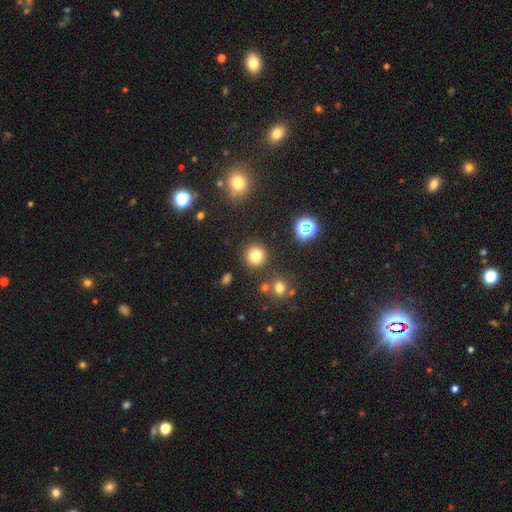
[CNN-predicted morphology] smooth 77%, star or artifact 16%, featured or disk 7%. Down the decision tree: how rounded — round (94%); merging — none (88%).